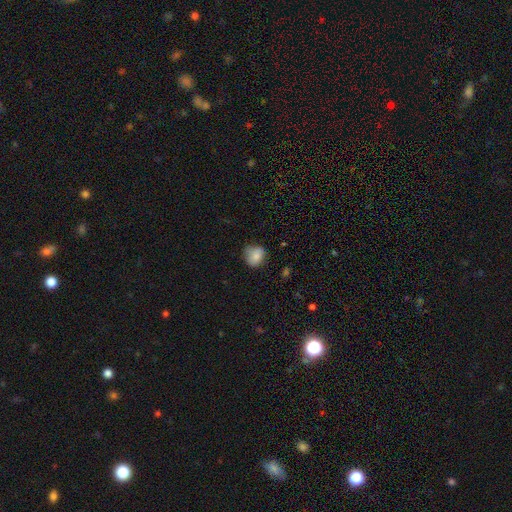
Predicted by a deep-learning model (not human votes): Smooth or featured? smooth (79%)
How rounded? round (68%)
Merging? none (62%)